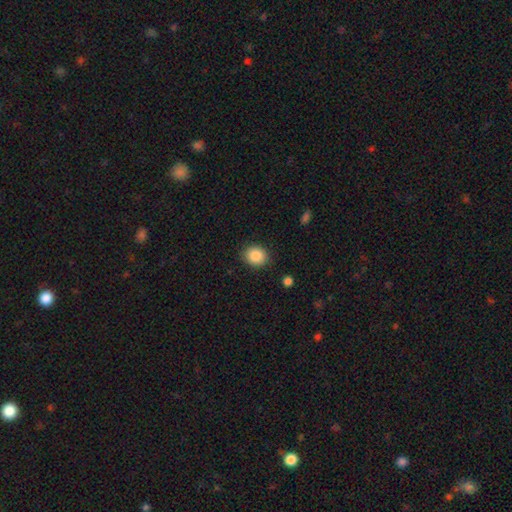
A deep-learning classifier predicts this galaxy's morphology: The model was most divided on "how rounded": round: 67%, in between: 32%, cigar-shaped: 1%. More confident: merging — none (88%); smooth or featured — smooth (87%).